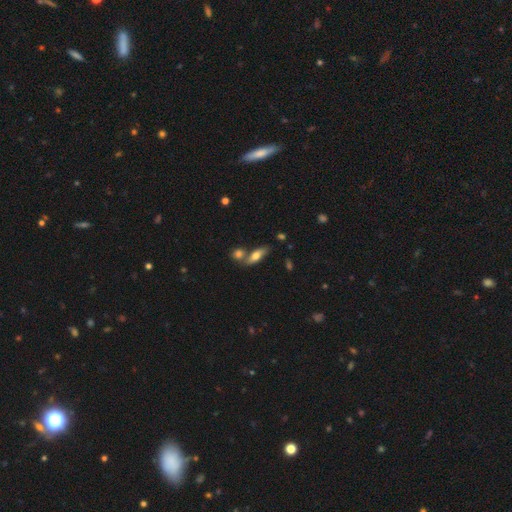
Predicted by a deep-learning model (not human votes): smooth 62%, featured or disk 30%, star or artifact 8%. Down the decision tree: how rounded — in between (60%); merging — none (60%).